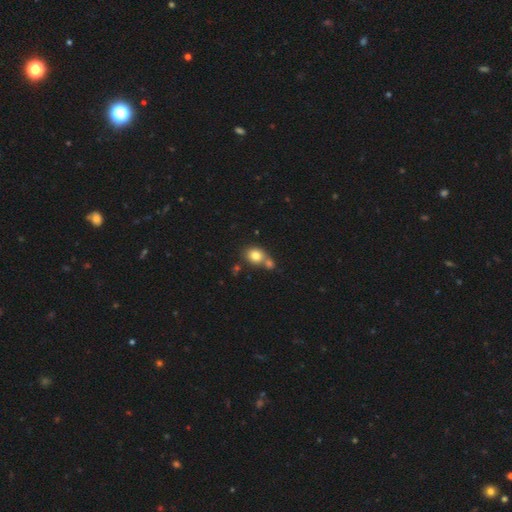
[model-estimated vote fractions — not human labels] A smooth galaxy with no disk features (80%) that is round (64%).

Vote fractions:
- Smooth or featured? smooth: 80% / star or artifact: 10% / featured or disk: 10%
- How rounded? round: 64% / in between: 35% / cigar-shaped: 1%
- Merging? none: 47% / merger: 41% / minor disturbance: 9% / major disturbance: 3%